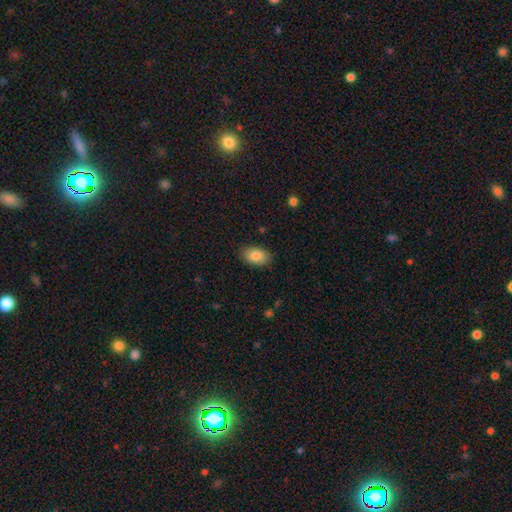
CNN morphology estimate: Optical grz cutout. It shows a smooth galaxy with no disk features (85%) that is in between round and cigar-shaped (92%). Merging: none (86%).